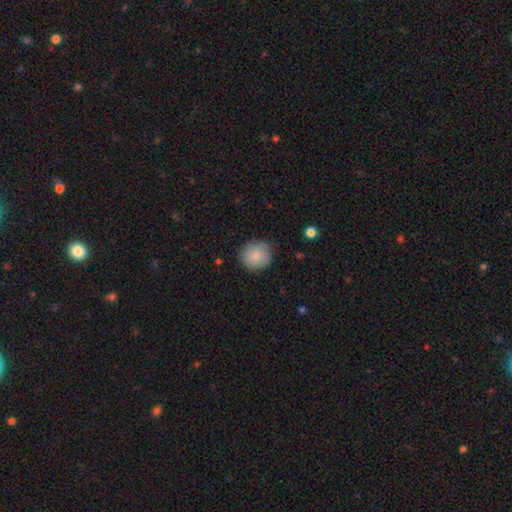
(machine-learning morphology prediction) smooth_or_featured: smooth (p=0.83) [alt: featured or disk p=0.09]
how_rounded: round (p=0.89) [alt: in between p=0.10]
merging: none (p=0.83) [alt: minor disturbance p=0.13]